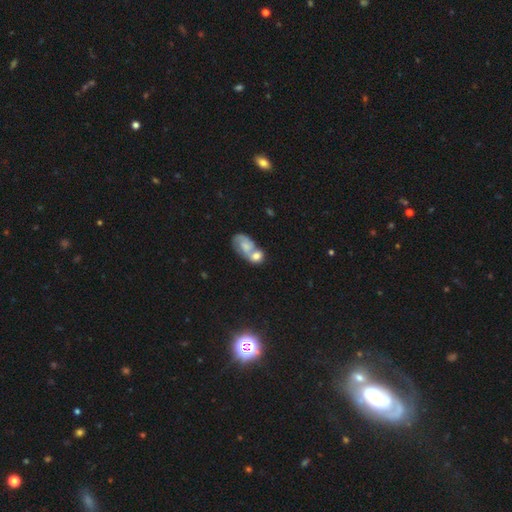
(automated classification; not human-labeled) Smooth or featured?
  - smooth: 55% *
  - featured or disk: 35%
  - star or artifact: 10%
How rounded?
  - in between: 71% *
  - round: 27%
  - cigar-shaped: 2%
Merging?
  - merger: 72% *
  - none: 16%
  - minor disturbance: 7%
  - major disturbance: 5%